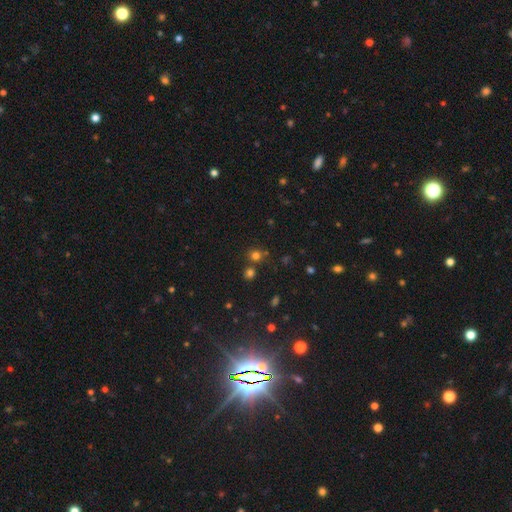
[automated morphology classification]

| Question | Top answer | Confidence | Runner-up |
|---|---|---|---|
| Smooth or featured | smooth | 70% | star or artifact (23%) |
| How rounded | round | 87% | in between (12%) |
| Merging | none | 72% | merger (16%) |